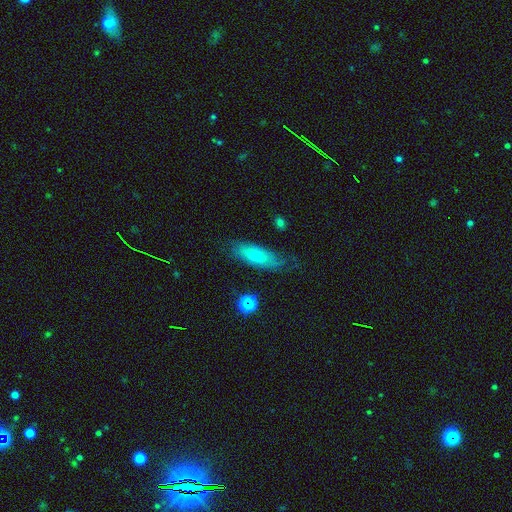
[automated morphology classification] A smooth galaxy with no disk features (66%) that is in between round and cigar-shaped (60%). Merging: none (67%).